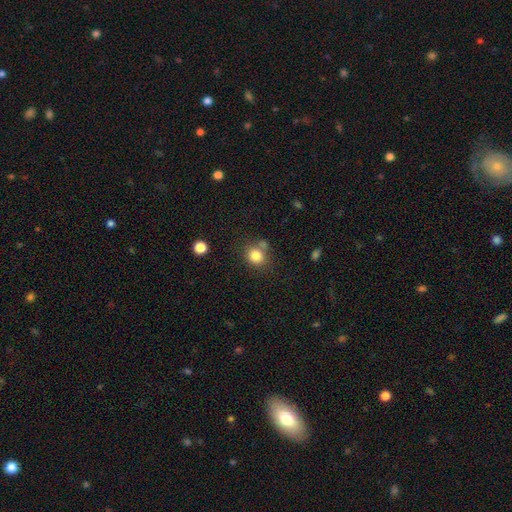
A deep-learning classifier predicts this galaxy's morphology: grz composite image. It shows a smooth galaxy with no disk features (82%) that is round (77%). Merging: none (65%).